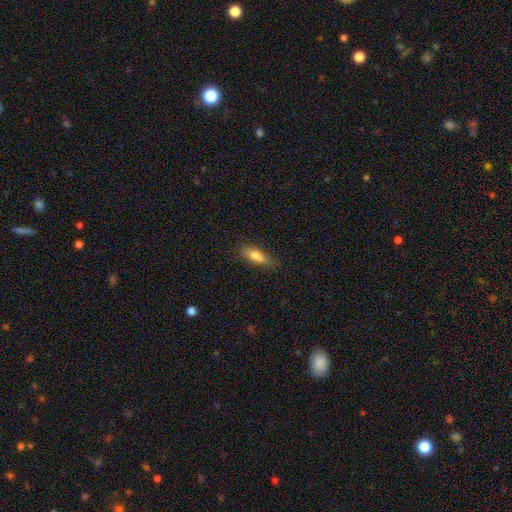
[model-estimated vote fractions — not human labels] Morphology: type=smooth (75%); roundness=in between (60%); merging=none (66%).